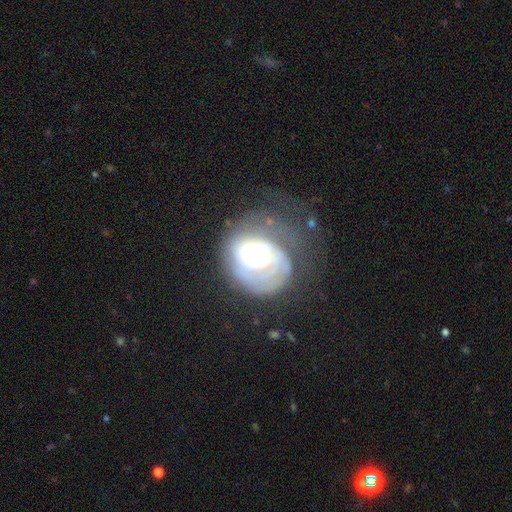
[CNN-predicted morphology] Smooth or featured?
  - featured or disk: 68% *
  - smooth: 23%
  - star or artifact: 9%
Edge-on disk?
  - no: 97% *
  - yes: 3%
Bar?
  - no: 71% *
  - weak: 23%
  - strong: 7%
Spiral arms?
  - yes: 71% *
  - no: 29%
Bulge size?
  - moderate: 50% *
  - large: 36%
  - small: 8%
  - dominant: 6%
  - none: 2%
Merging?
  - none: 42% *
  - major disturbance: 32%
  - minor disturbance: 24%
  - merger: 2%